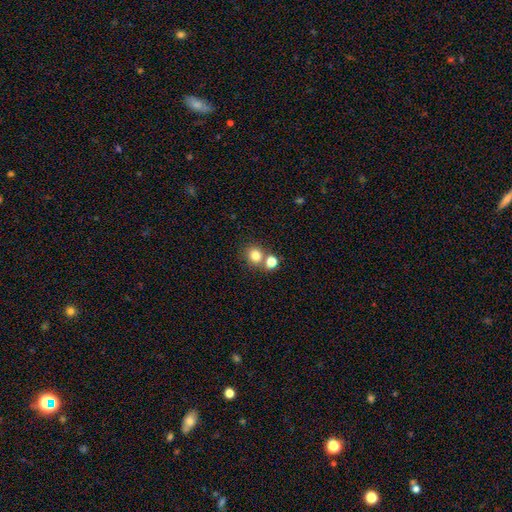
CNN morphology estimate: The model was most divided on "merging": none: 62%, merger: 28%, minor disturbance: 7%, major disturbance: 3%. More confident: how rounded — round (85%); smooth or featured — smooth (79%).